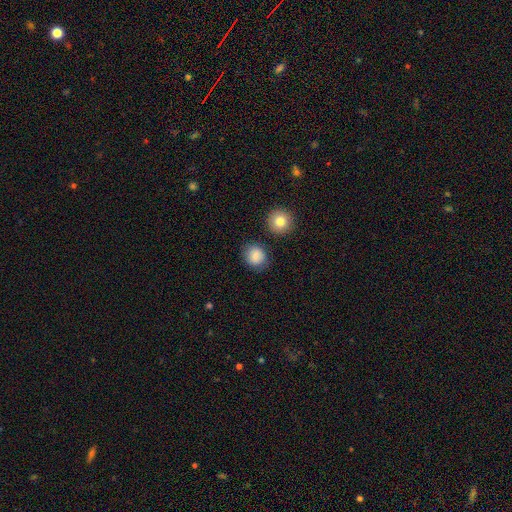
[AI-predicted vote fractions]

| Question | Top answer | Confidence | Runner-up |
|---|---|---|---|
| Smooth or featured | smooth | 85% | star or artifact (9%) |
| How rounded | round | 82% | in between (17%) |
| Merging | none | 82% | minor disturbance (11%) |